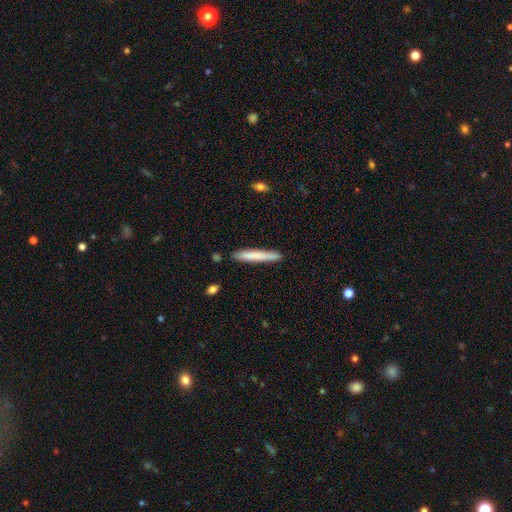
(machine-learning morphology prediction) Smooth or featured? Predicted: smooth (p=0.75). How rounded? Predicted: cigar-shaped (p=0.96). Merging? Predicted: none (p=0.88).